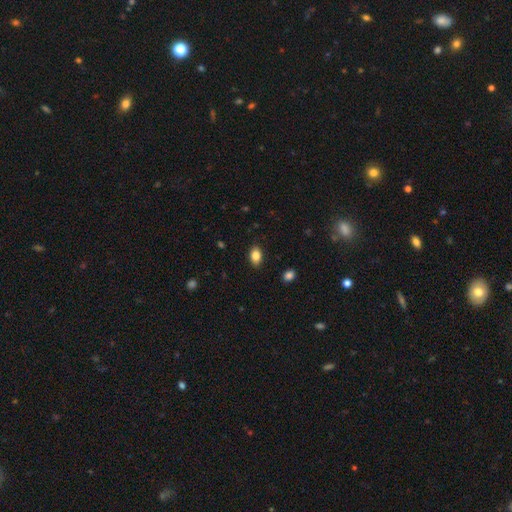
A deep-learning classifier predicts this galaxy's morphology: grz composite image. It shows a smooth galaxy with no disk features (85%) that is in between round and cigar-shaped (85%). Merging: none (88%).